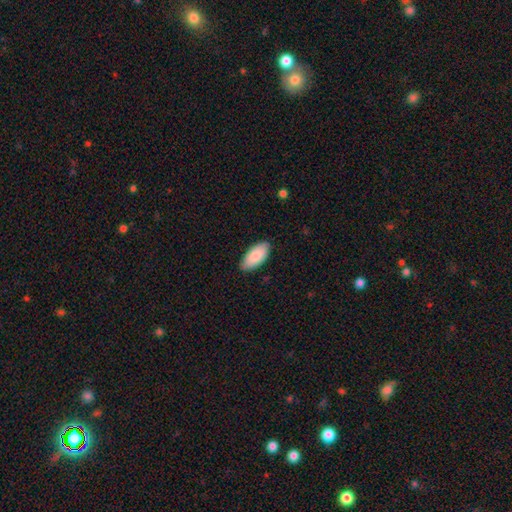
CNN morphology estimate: smooth-or-featured: smooth: 86% | featured or disk: 8% | star or artifact: 6%
  how-rounded: in between: 93% | cigar-shaped: 5% | round: 2%
  merging: none: 86% | minor disturbance: 11% | major disturbance: 2% | merger: 1%